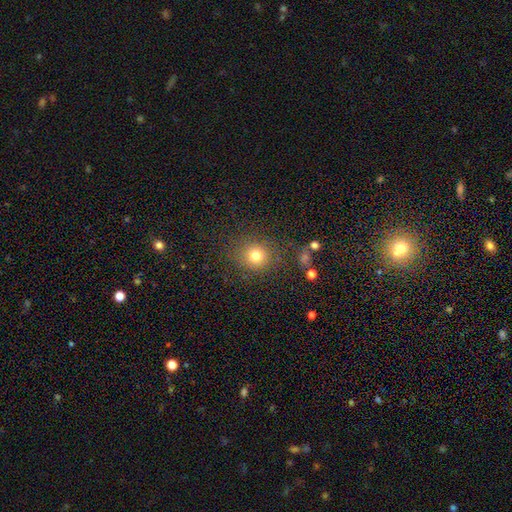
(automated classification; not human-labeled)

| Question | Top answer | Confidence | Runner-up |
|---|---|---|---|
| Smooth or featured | smooth | 78% | star or artifact (14%) |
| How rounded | round | 86% | in between (13%) |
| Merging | none | 83% | minor disturbance (10%) |